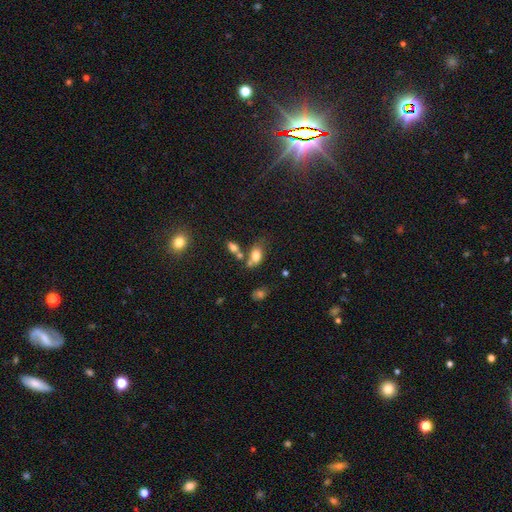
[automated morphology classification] Smooth or featured?
  - smooth: 76% *
  - featured or disk: 13%
  - star or artifact: 11%
How rounded?
  - in between: 84% *
  - round: 14%
  - cigar-shaped: 3%
Merging?
  - none: 43% *
  - merger: 28%
  - minor disturbance: 20%
  - major disturbance: 9%